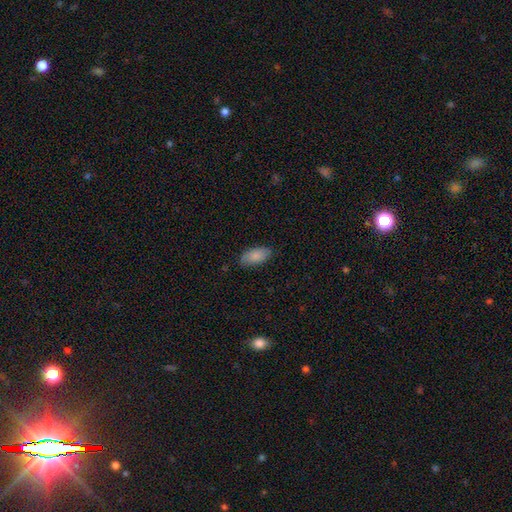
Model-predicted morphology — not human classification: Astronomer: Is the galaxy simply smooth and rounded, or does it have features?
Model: smooth — 84%.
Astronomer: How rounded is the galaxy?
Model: in between — 93%.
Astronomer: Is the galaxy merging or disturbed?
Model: none — 79%.